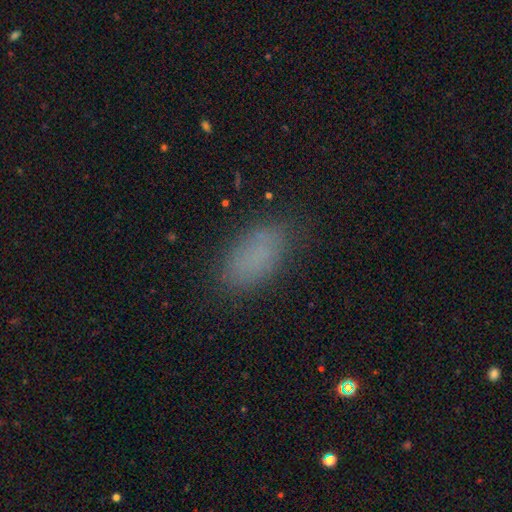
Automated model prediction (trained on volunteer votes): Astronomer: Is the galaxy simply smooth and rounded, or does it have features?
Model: smooth — 81%.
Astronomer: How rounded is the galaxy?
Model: in between — 92%.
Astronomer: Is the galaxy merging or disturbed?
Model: none — 82%.